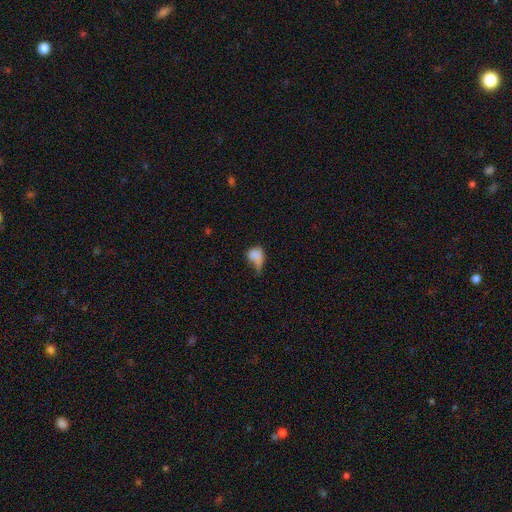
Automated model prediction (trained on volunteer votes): Overall: smooth (73%). How rounded: in between (52%; round 45%). Merging: major disturbance (43%; minor disturbance 27%).